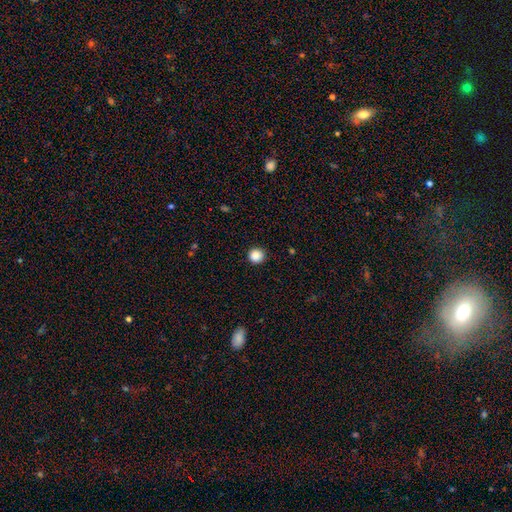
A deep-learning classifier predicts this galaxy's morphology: Q: Smooth or featured?
A: smooth (87%); runner-up: star or artifact (10%)
Q: How rounded?
A: round (95%); runner-up: in between (4%)
Q: Merging?
A: none (92%); runner-up: minor disturbance (5%)